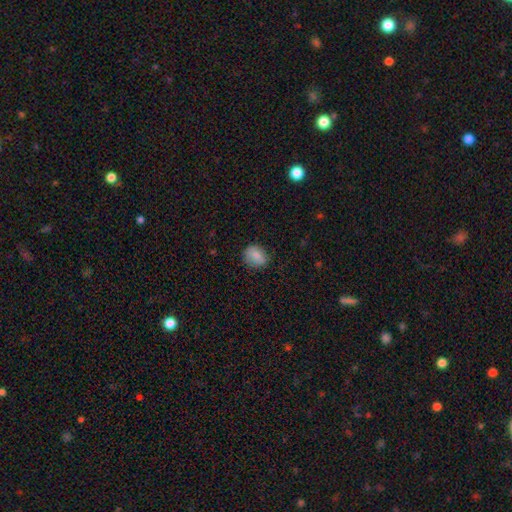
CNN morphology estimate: Smooth or featured?
  - smooth: 83% *
  - star or artifact: 8%
  - featured or disk: 8%
How rounded?
  - round: 58% *
  - in between: 41%
  - cigar-shaped: 1%
Merging?
  - none: 76% *
  - minor disturbance: 19%
  - major disturbance: 4%
  - merger: 1%